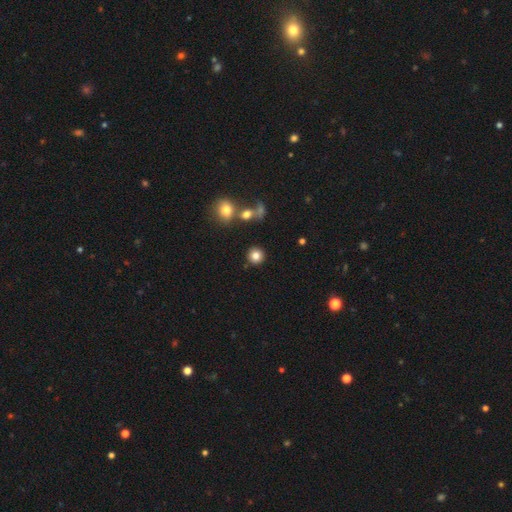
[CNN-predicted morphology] A smooth galaxy with no disk features (82%) that is round (93%). Merging: none (87%).